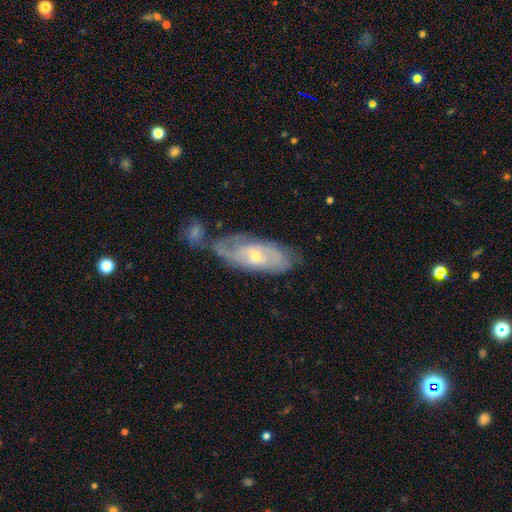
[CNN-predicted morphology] featured or disk 71%, smooth 23%, star or artifact 6%. Down the decision tree: edge-on disk — no (90%); bar — no (70%); spiral arms — yes (82%); spiral arm count — can't tell (51%); spiral winding — tight (61%); bulge size — small (59%); merging — none (50%).